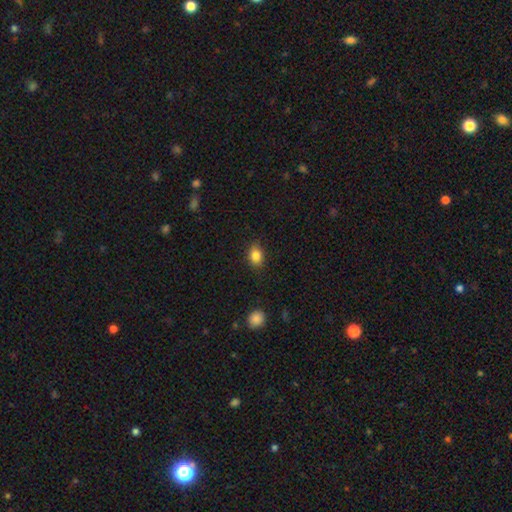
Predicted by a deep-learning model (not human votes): This is clearly a smooth galaxy (85%). How rounded: likely in between (67%). Merging: clearly none (84%).